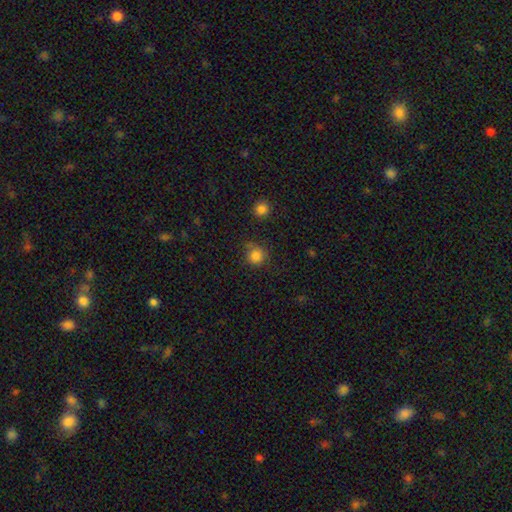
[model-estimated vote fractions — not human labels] Q: Smooth or featured?
A: smooth (83%); runner-up: star or artifact (12%)
Q: How rounded?
A: round (91%); runner-up: in between (8%)
Q: Merging?
A: none (75%); runner-up: minor disturbance (17%)